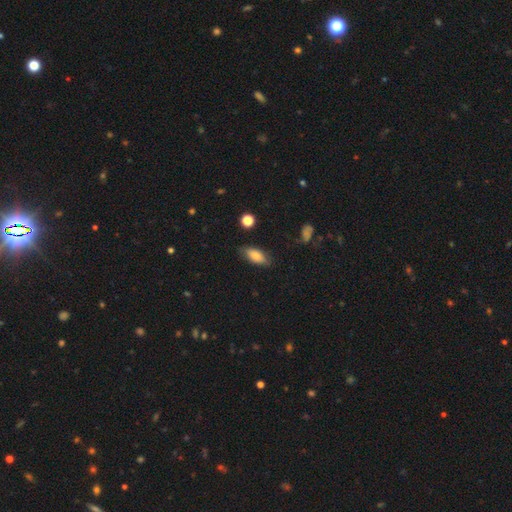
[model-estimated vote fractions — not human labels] smooth_or_featured: smooth (p=0.79) [alt: featured or disk p=0.13]
how_rounded: in between (p=0.82) [alt: cigar-shaped p=0.15]
merging: none (p=0.77) [alt: minor disturbance p=0.17]